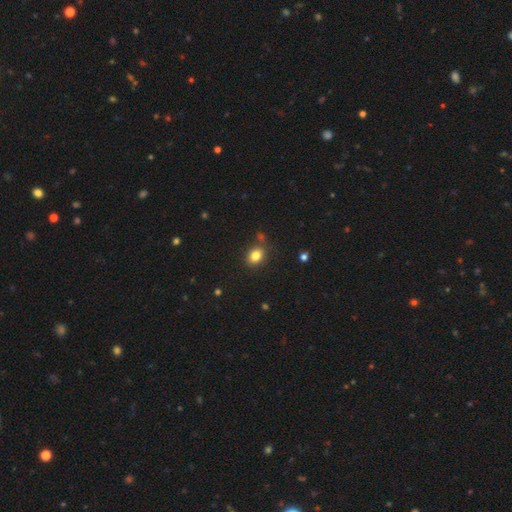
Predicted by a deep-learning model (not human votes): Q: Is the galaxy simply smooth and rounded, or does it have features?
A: smooth — 82%.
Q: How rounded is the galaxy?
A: in between — 56%.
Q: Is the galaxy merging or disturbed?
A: none — 79%.